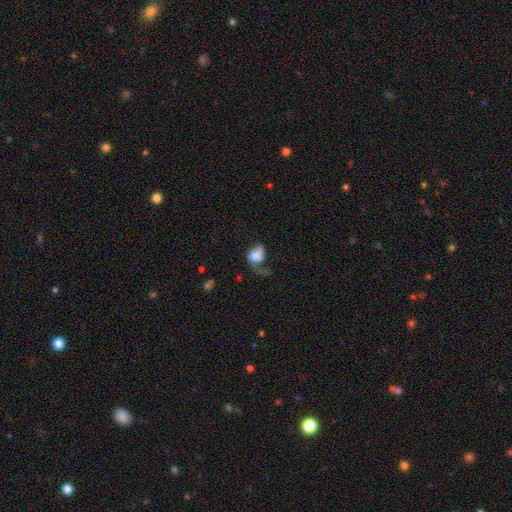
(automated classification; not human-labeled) Q: Smooth or featured?
A: smooth (56%); runner-up: featured or disk (36%)
Q: How rounded?
A: in between (60%); runner-up: round (39%)
Q: Merging?
A: major disturbance (56%); runner-up: none (20%)